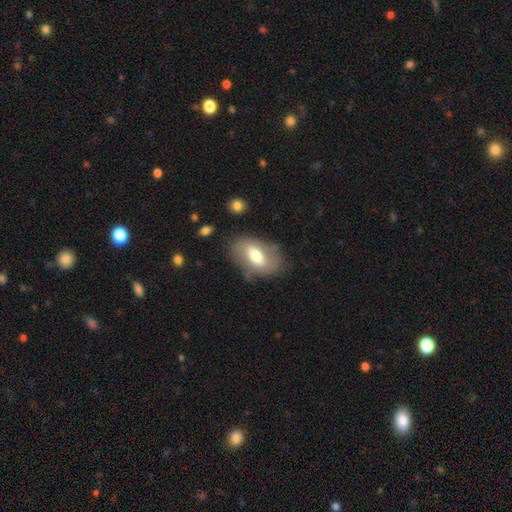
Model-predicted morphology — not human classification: smooth 64%, featured or disk 29%, star or artifact 7%. Down the decision tree: how rounded — in between (90%); merging — none (67%).